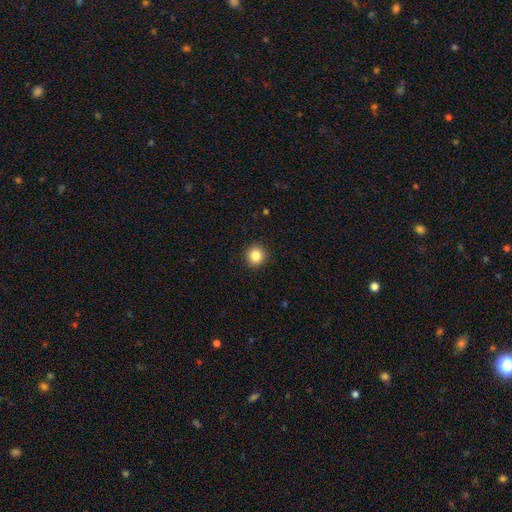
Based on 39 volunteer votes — Volunteers were most divided on "merging": none: 92%, minor disturbance: 5%, merger: 3%, major disturbance: 0%. More confident: how rounded — round (97%); smooth or featured — smooth (92%).